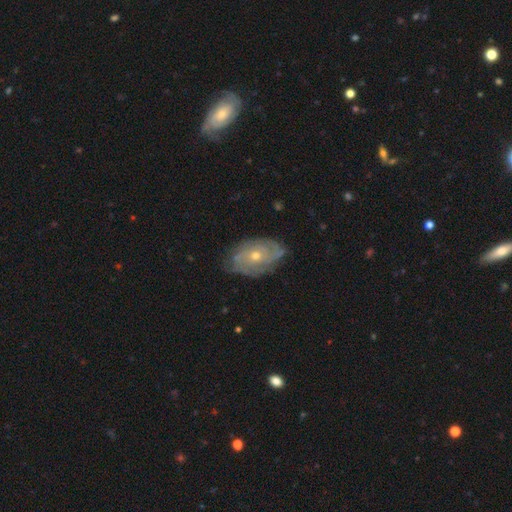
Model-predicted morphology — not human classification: type=featured or disk (72%); edge-on=no (93%); bar=no (84%); spiral arms=yes (80%); winding=tight (62%); arm count=can't tell (50%); bulge=small (49%); merging=none (74%).